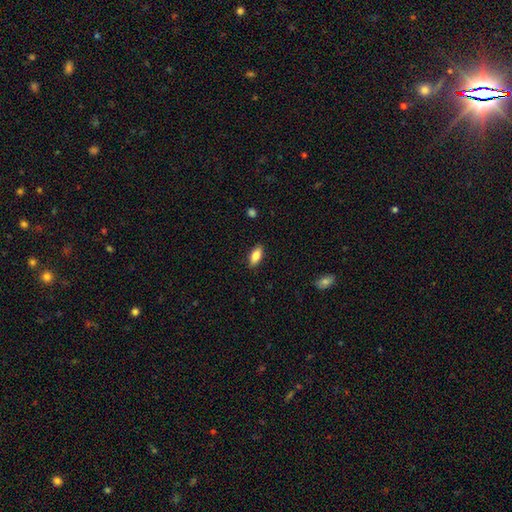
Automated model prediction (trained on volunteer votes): Overall: smooth (83%). How rounded: in between (86%). Merging: none (88%).